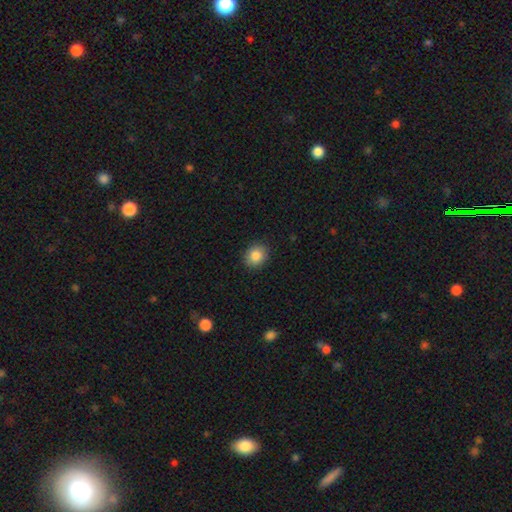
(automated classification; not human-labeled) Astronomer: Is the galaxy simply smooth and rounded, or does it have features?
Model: smooth — 85%.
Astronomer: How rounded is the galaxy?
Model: round — 69%.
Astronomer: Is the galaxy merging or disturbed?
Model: none — 90%.